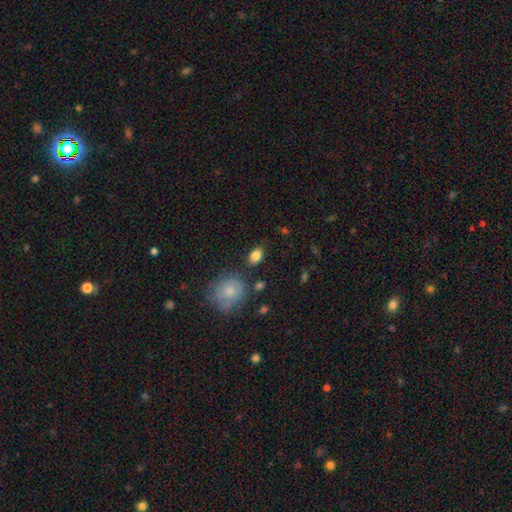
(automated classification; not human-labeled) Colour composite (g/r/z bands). It shows a smooth galaxy with no disk features (84%) that is in between round and cigar-shaped (78%). Merging: none (82%).